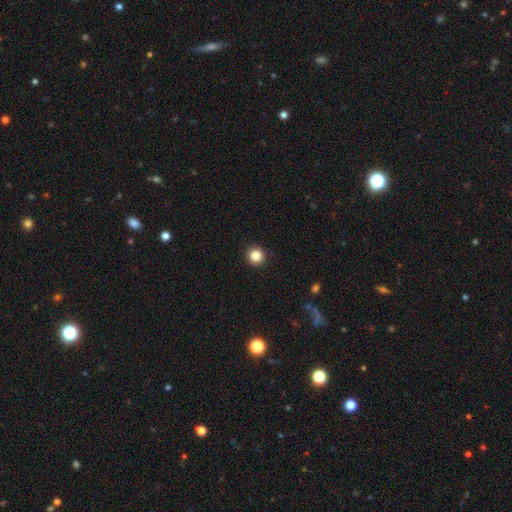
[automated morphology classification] Overall: smooth (85%). How rounded: round (94%). Merging: none (93%).